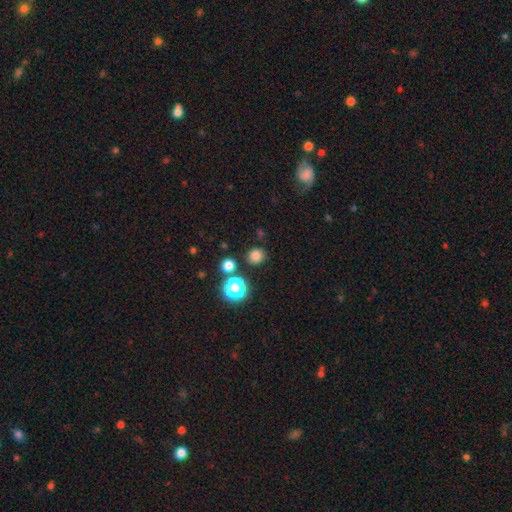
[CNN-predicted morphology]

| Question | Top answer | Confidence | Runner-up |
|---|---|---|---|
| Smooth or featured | smooth | 78% | star or artifact (17%) |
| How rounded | round | 89% | in between (10%) |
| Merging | none | 84% | minor disturbance (8%) |